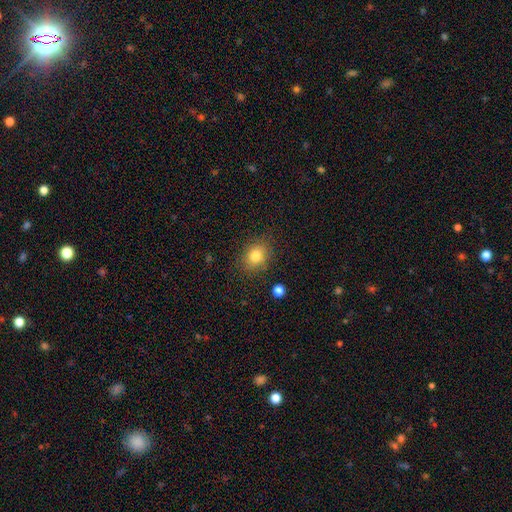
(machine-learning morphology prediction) Smooth or featured? smooth (81%)
How rounded? round (56%)
Merging? none (83%)